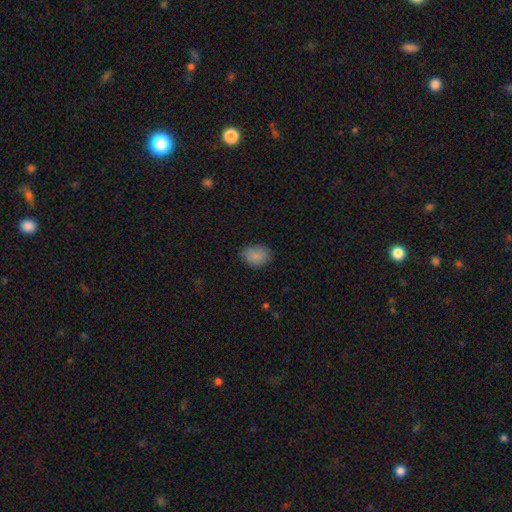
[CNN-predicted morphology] Overall: smooth (86%). How rounded: in between (64%; round 35%). Merging: none (77%).